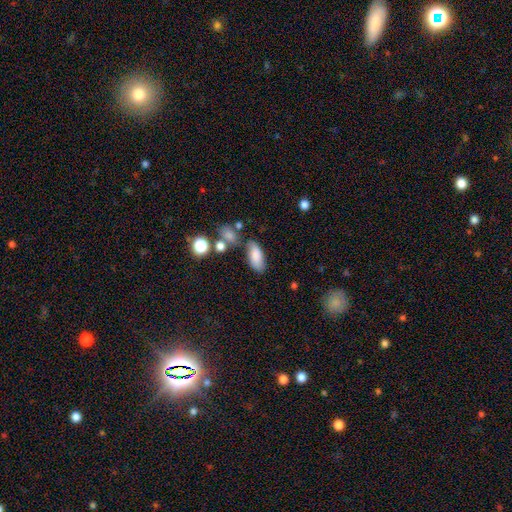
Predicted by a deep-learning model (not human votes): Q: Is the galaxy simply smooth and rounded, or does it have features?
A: smooth — 81%.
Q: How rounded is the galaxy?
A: in between — 88%.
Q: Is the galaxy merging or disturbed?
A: none — 66%.